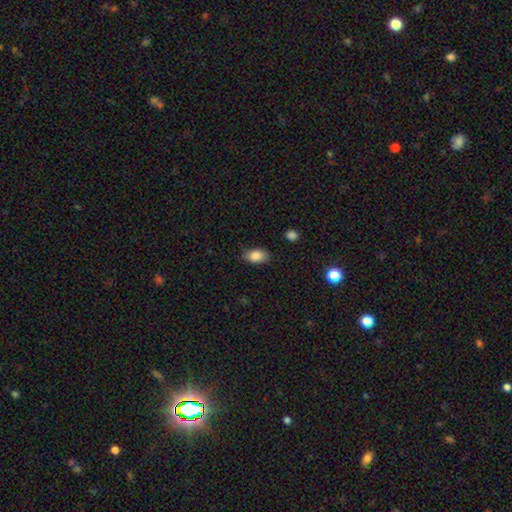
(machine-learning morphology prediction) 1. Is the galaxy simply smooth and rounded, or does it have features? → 86% smooth, 8% star or artifact, 6% featured or disk.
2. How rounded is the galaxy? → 90% in between, 8% round, 2% cigar-shaped.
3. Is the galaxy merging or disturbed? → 83% none, 13% minor disturbance, 3% major disturbance, 1% merger.